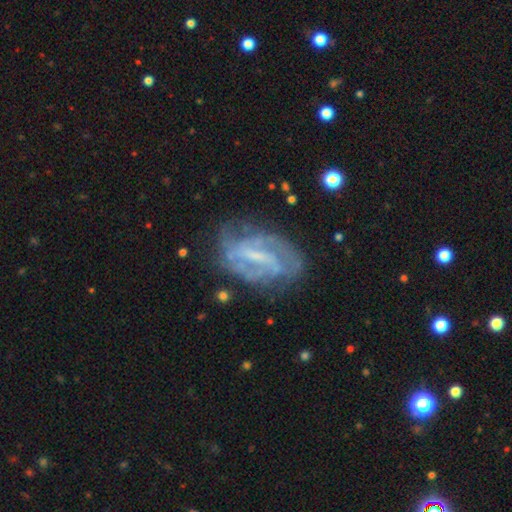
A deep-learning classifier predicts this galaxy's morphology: This is likely a featured or disk galaxy (80%). It is clearly not viewed edge-on (95%). Bar: marginally strong (44%). Spiral arm pattern: clearly yes (82%). Spiral arm count: marginally 2 (39%). Spiral winding: marginally tight (43%). Central bulge: marginally small (42%). Merging: likely none (65%).